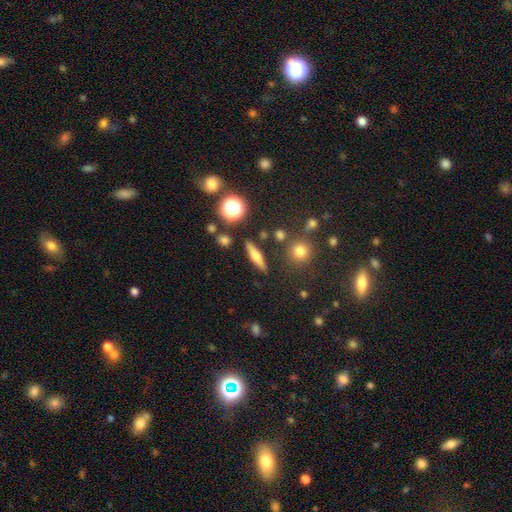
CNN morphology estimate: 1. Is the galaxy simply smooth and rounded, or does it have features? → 48% featured or disk, 41% smooth, 10% star or artifact.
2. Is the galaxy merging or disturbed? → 85% none, 9% minor disturbance, 4% merger, 3% major disturbance.